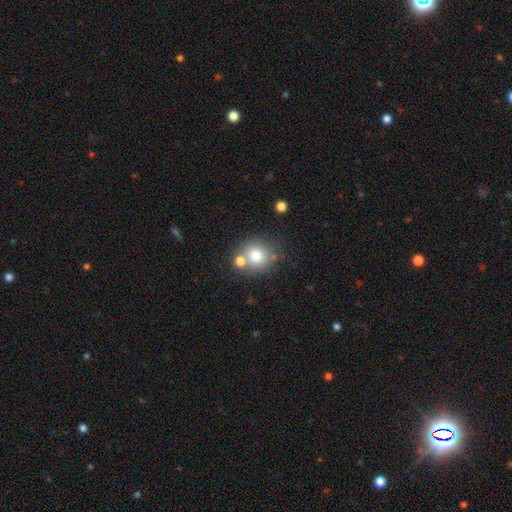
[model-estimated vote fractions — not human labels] Smooth or featured? smooth (76%)
How rounded? round (85%)
Merging? none (62%)